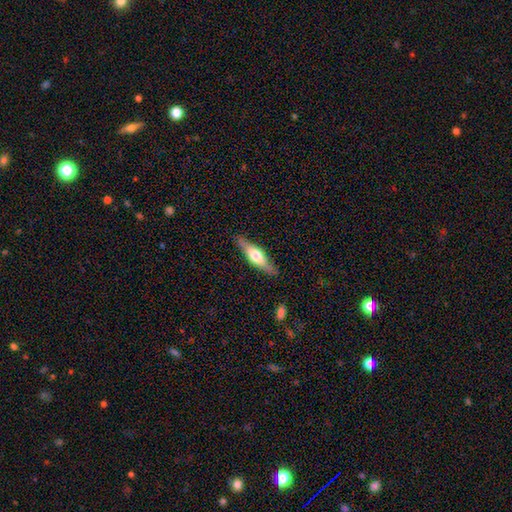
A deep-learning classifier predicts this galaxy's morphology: This is possibly a featured or disk galaxy (51%). It is clearly viewed edge-on (89%). Merging: clearly none (84%).